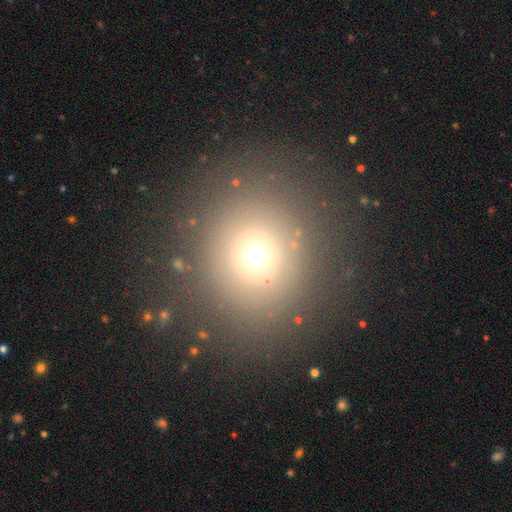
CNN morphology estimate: This is likely a smooth galaxy (62%). How rounded: clearly round (88%). Merging: clearly none (84%).